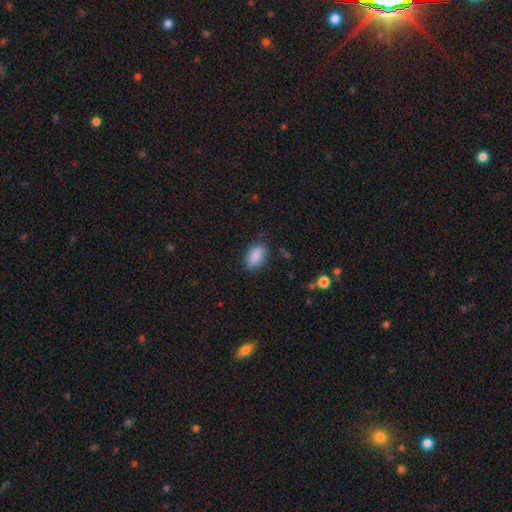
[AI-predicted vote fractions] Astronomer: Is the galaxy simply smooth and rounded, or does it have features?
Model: smooth — 88%.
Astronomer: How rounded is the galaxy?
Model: in between — 89%.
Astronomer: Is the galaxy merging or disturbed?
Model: none — 80%.